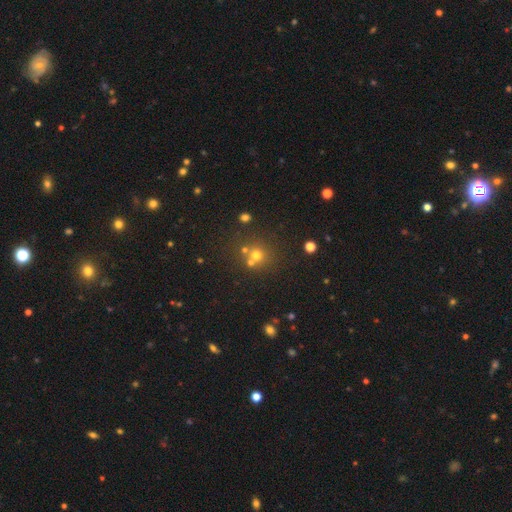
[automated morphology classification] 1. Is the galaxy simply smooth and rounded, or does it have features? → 62% smooth, 25% star or artifact, 13% featured or disk.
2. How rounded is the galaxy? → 89% round, 10% in between, 1% cigar-shaped.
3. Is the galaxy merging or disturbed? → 62% none, 26% merger, 8% minor disturbance, 4% major disturbance.